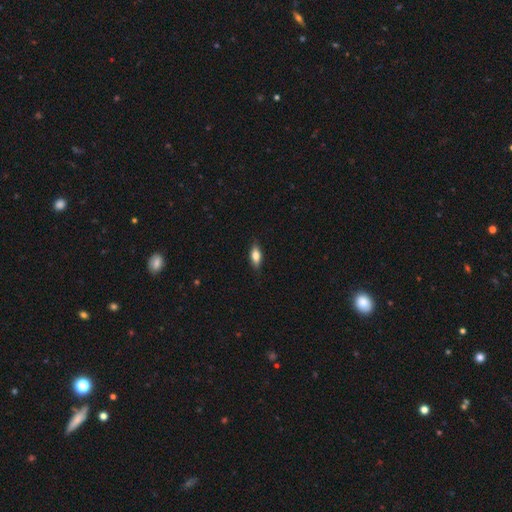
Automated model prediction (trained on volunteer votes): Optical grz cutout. It shows a smooth galaxy with no disk features (71%) that is in between round and cigar-shaped (77%). Merging: none (86%).